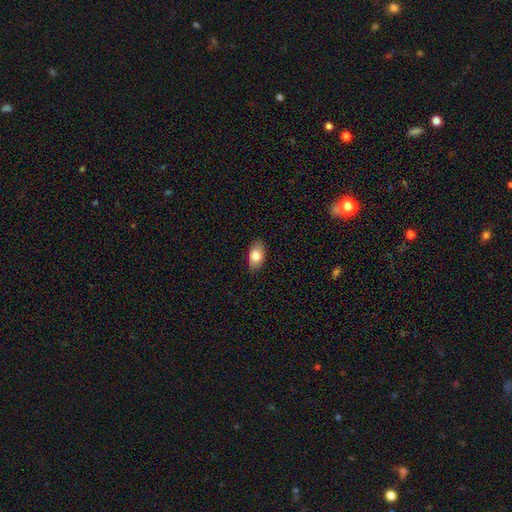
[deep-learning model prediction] The model was most divided on "smooth or featured": smooth: 79%, featured or disk: 14%, star or artifact: 7%. More confident: how rounded — in between (91%); merging — none (87%).